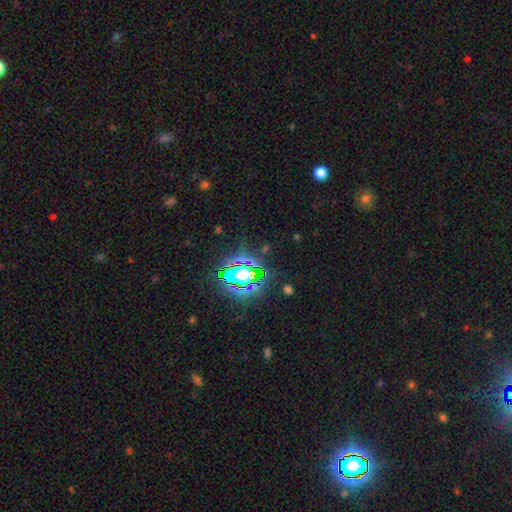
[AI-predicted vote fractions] This is clearly a star or artifact rather than a galaxy (81%).